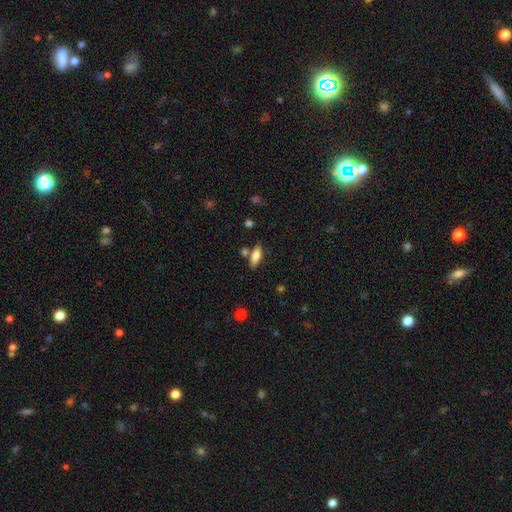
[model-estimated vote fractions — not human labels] This appears to be a smooth galaxy with no disk features (79%) that is in between round and cigar-shaped (68%). Merging: none (71%).